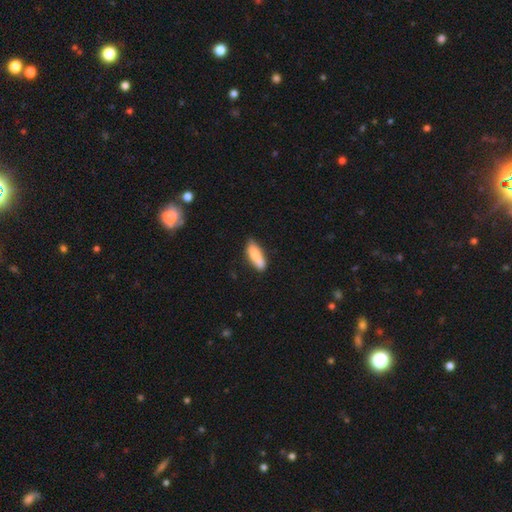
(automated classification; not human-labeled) Smooth or featured?
  - smooth: 79% *
  - featured or disk: 15%
  - star or artifact: 6%
How rounded?
  - in between: 54% *
  - cigar-shaped: 44%
  - round: 2%
Merging?
  - none: 66% *
  - minor disturbance: 24%
  - merger: 5%
  - major disturbance: 5%